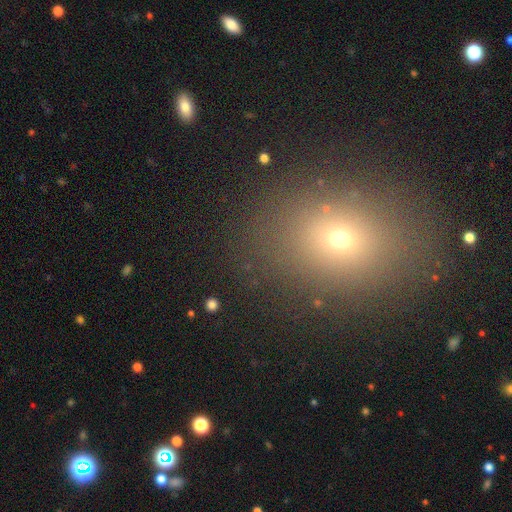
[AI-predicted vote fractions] Overall: smooth (58%; star or artifact 30%). How rounded: in between (54%; round 44%). Merging: none (86%).